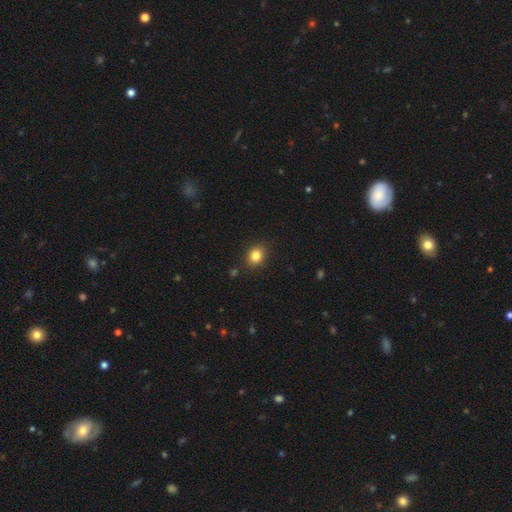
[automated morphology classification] This is clearly a smooth galaxy (83%). How rounded: likely round (65%). Merging: clearly none (88%).